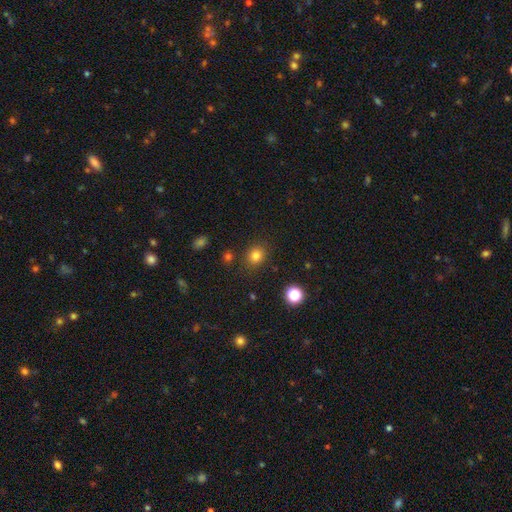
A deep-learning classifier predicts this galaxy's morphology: Smooth or featured: smooth — 79% (star or artifact — 15%)
How rounded: round — 74% (in between — 25%)
Merging: none — 84% (minor disturbance — 10%)